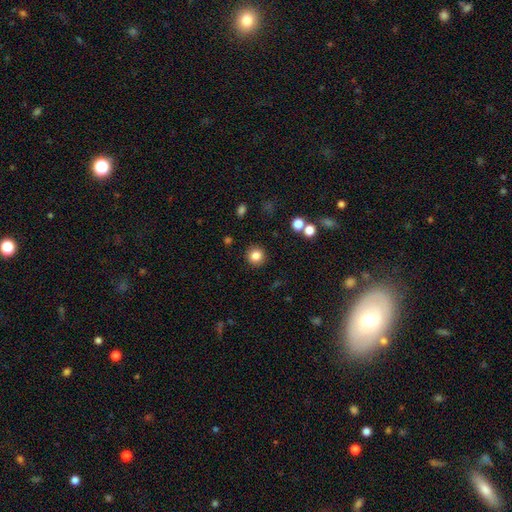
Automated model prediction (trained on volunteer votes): This appears to be a smooth galaxy with no disk features (83%) that is round (94%). Merging: none (91%).